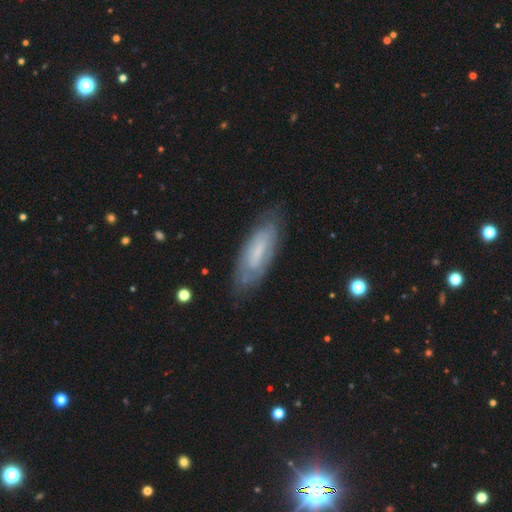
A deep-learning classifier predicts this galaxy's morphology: smooth_or_featured: featured or disk (p=0.47) [alt: smooth p=0.43]
merging: none (p=0.81) [alt: minor disturbance p=0.14]